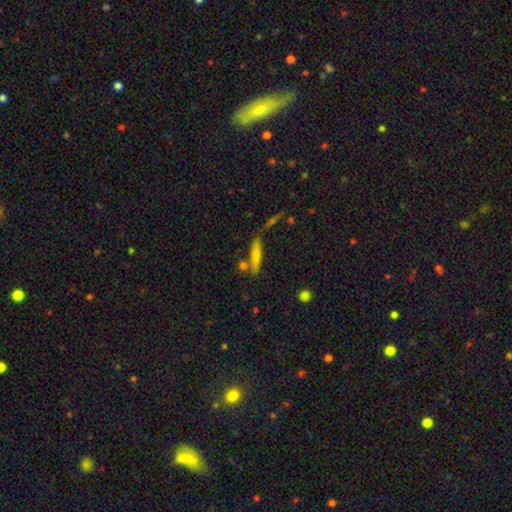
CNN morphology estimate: The model was most divided on "smooth or featured": smooth: 68%, featured or disk: 23%, star or artifact: 9%. More confident: how rounded — cigar-shaped (82%); merging — none (68%).